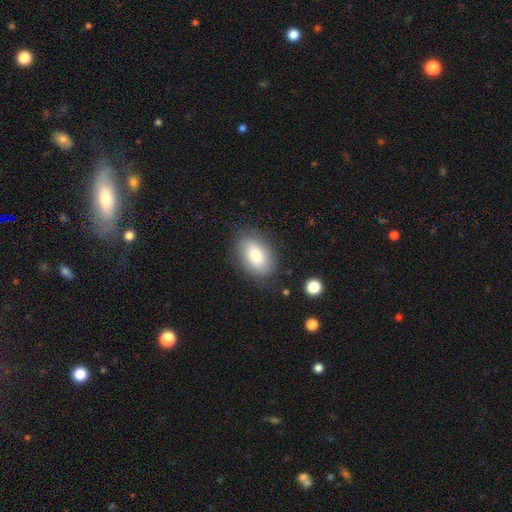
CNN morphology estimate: smooth 81%, featured or disk 11%, star or artifact 7%. Down the decision tree: how rounded — in between (89%); merging — none (79%).